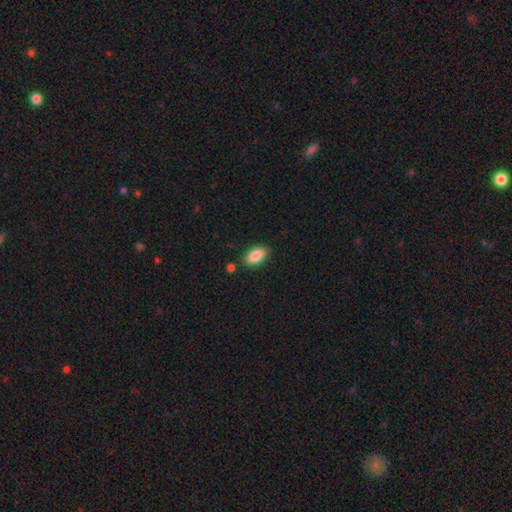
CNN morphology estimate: Q: Smooth or featured?
A: smooth (86%); runner-up: featured or disk (7%)
Q: How rounded?
A: in between (92%); runner-up: cigar-shaped (4%)
Q: Merging?
A: none (83%); runner-up: minor disturbance (11%)